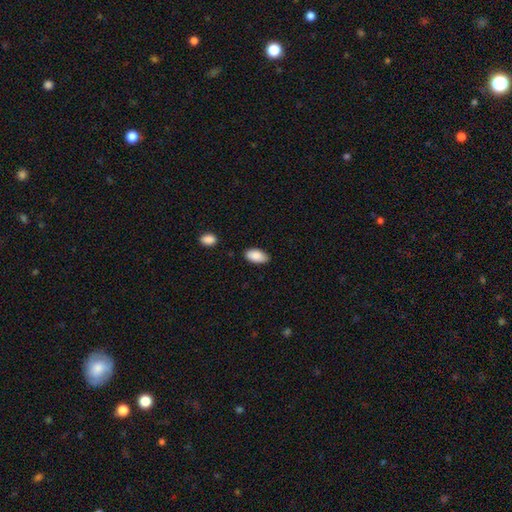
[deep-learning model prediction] Overall: smooth (88%). How rounded: in between (94%). Merging: none (80%).